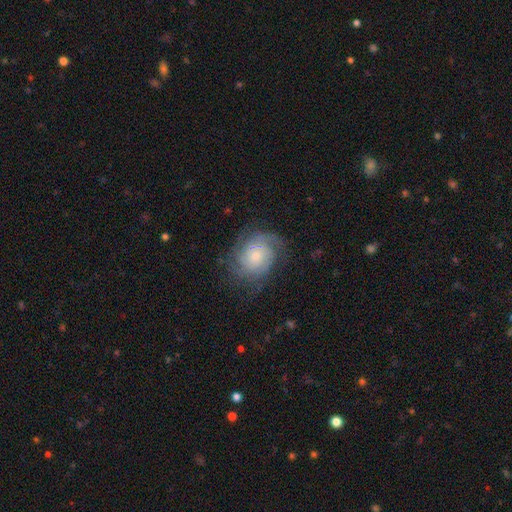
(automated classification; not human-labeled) Smooth or featured? featured or disk (77%)
Edge-on disk? no (98%)
Bar? no (77%)
Spiral arms? yes (94%)
Spiral winding? tight (62%)
Spiral arm count? can't tell (34%)
Bulge size? small (67%)
Merging? none (69%)